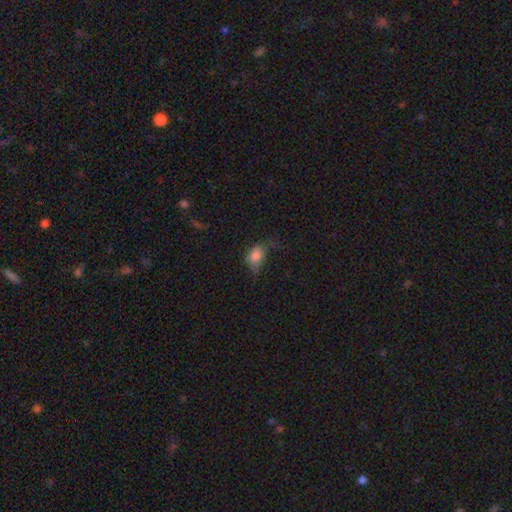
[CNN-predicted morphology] Overall: smooth (78%). How rounded: in between (73%). Merging: major disturbance (34%, tied with minor disturbance).